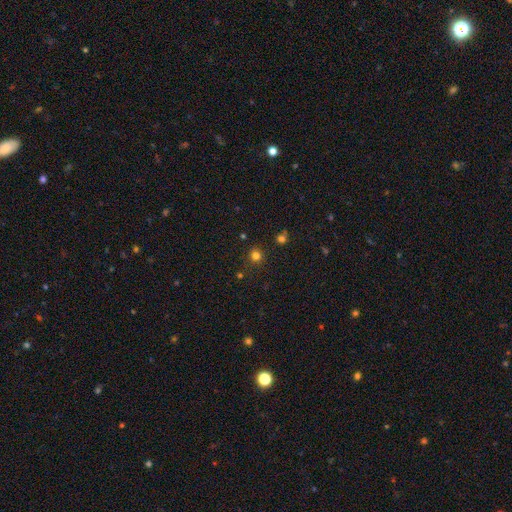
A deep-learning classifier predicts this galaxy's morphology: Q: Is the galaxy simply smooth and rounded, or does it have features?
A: smooth — 76%.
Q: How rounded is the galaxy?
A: round — 92%.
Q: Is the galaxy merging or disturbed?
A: none — 87%.